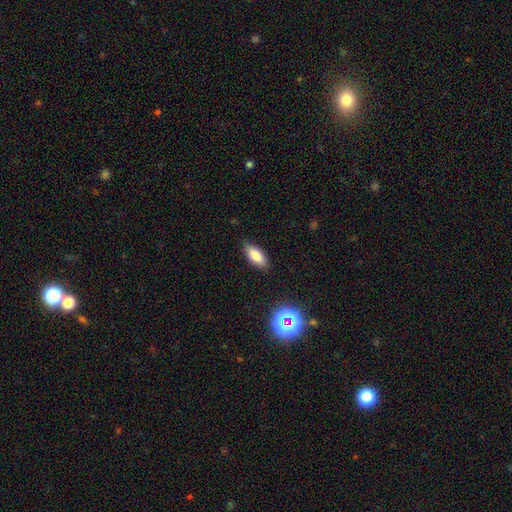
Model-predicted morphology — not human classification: smooth_or_featured: smooth (p=0.80) [alt: featured or disk p=0.11]
how_rounded: in between (p=0.81) [alt: cigar-shaped p=0.16]
merging: none (p=0.84) [alt: minor disturbance p=0.13]